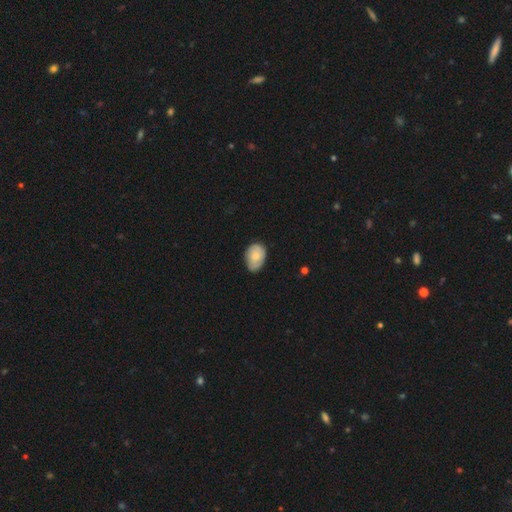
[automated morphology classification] smooth-or-featured: smooth: 76% | featured or disk: 18% | star or artifact: 6%
  how-rounded: in between: 82% | round: 17% | cigar-shaped: 1%
  merging: none: 66% | minor disturbance: 29% | major disturbance: 4% | merger: 1%